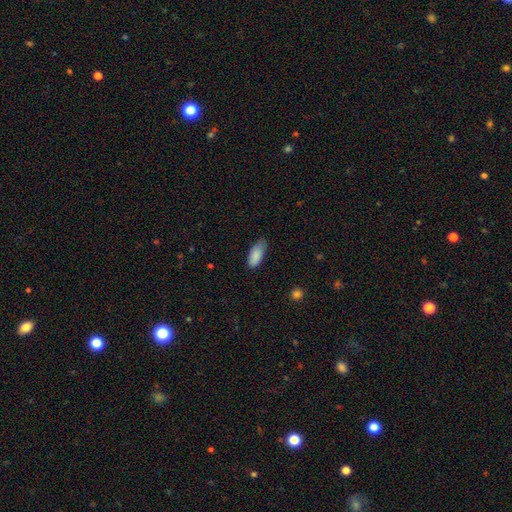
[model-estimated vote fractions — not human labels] This appears to be a smooth galaxy with no disk features (87%) that is in between round and cigar-shaped (87%). Merging: none (65%).